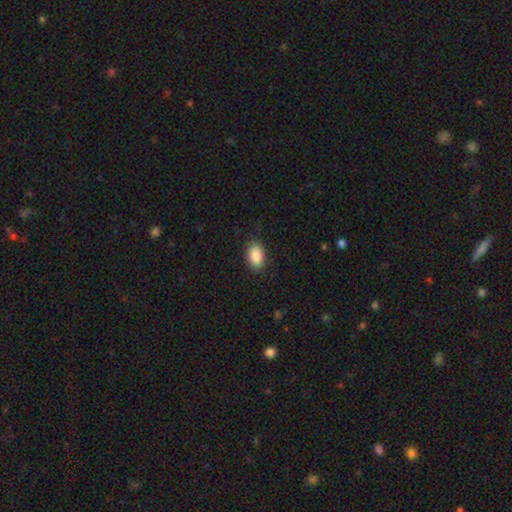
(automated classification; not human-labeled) smooth_or_featured: smooth (p=0.89) [alt: star or artifact p=0.07]
how_rounded: in between (p=0.89) [alt: round p=0.10]
merging: none (p=0.85) [alt: minor disturbance p=0.11]